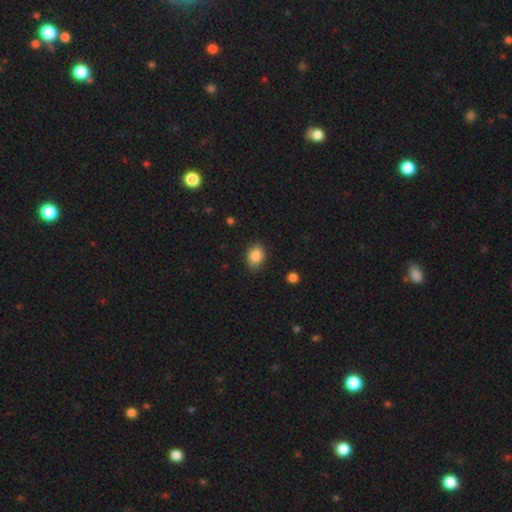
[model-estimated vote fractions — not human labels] smooth_or_featured: smooth (p=0.87) [alt: star or artifact p=0.08]
how_rounded: in between (p=0.65) [alt: round p=0.34]
merging: none (p=0.85) [alt: minor disturbance p=0.11]